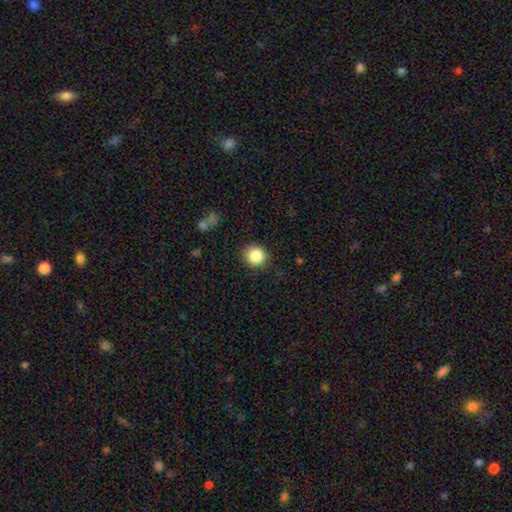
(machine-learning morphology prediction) Smooth or featured? smooth (86%)
How rounded? round (89%)
Merging? none (86%)